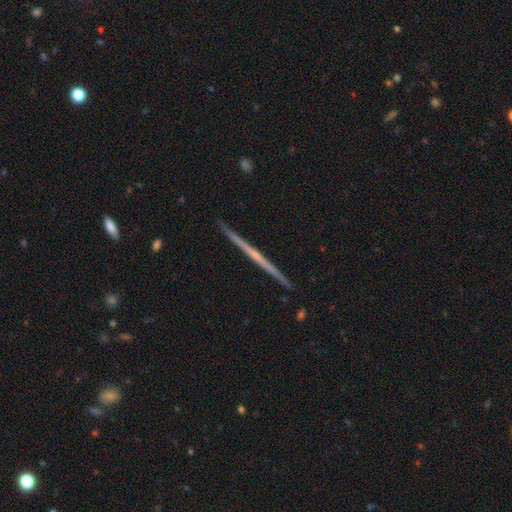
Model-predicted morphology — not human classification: Smooth or featured: featured or disk — 77% (smooth — 17%)
Edge-on disk: yes — 99% (no — 1%)
Edge-on bulge: none — 63% (rounded — 32%)
Merging: none — 93% (minor disturbance — 5%)